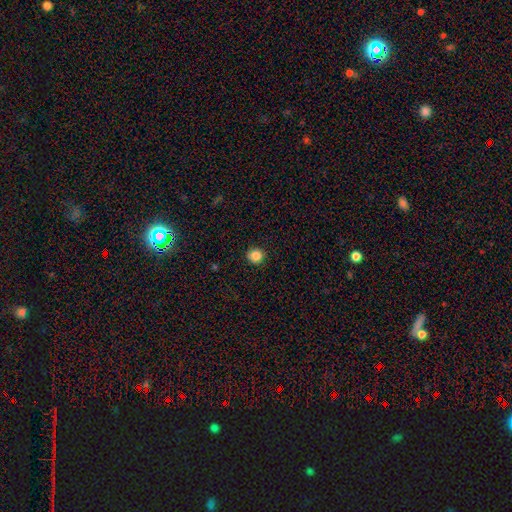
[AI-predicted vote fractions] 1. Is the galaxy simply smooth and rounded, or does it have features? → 85% smooth, 11% star or artifact, 4% featured or disk.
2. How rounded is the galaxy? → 91% round, 8% in between, 1% cigar-shaped.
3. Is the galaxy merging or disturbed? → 90% none, 7% minor disturbance, 2% major disturbance, 1% merger.